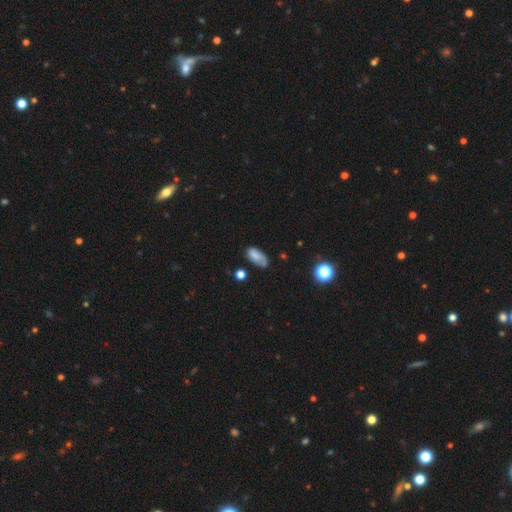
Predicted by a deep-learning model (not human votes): smooth 68%, featured or disk 22%, star or artifact 10%. Down the decision tree: how rounded — in between (90%); merging — none (55%).